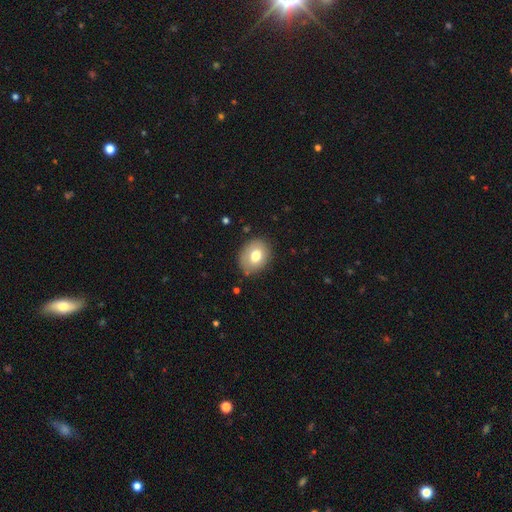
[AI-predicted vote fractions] Smooth or featured?
  - smooth: 73% *
  - featured or disk: 19%
  - star or artifact: 8%
How rounded?
  - in between: 56% *
  - round: 44%
  - cigar-shaped: 1%
Merging?
  - none: 80% *
  - minor disturbance: 15%
  - major disturbance: 3%
  - merger: 1%